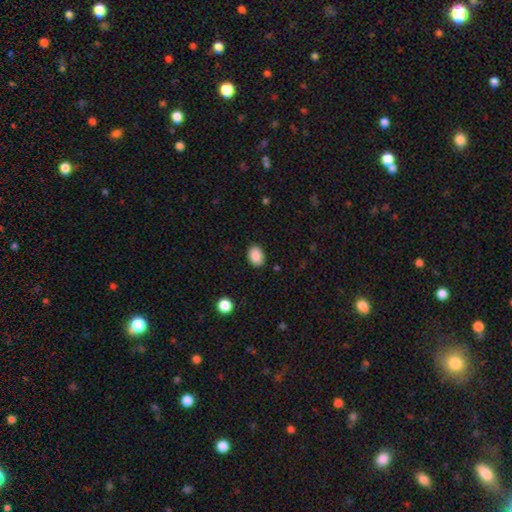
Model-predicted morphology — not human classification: smooth_or_featured: smooth (p=0.90) [alt: star or artifact p=0.08]
how_rounded: in between (p=0.72) [alt: round p=0.27]
merging: none (p=0.88) [alt: minor disturbance p=0.08]